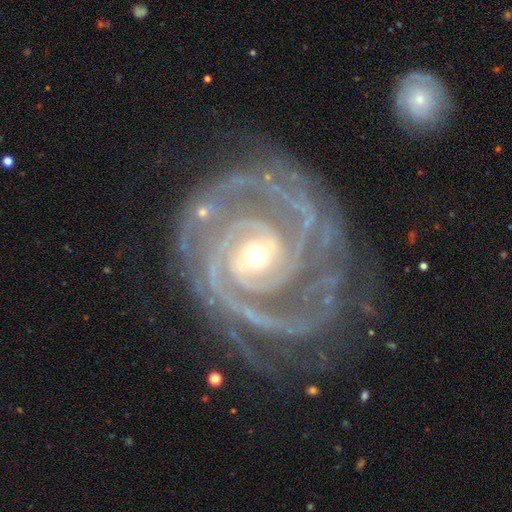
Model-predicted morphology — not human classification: A featured or disk galaxy (94%) with no bar (41%), 2 (37%) tight (77%) spiral arms (99%) and a moderate central bulge (49%). Merging: none (73%).